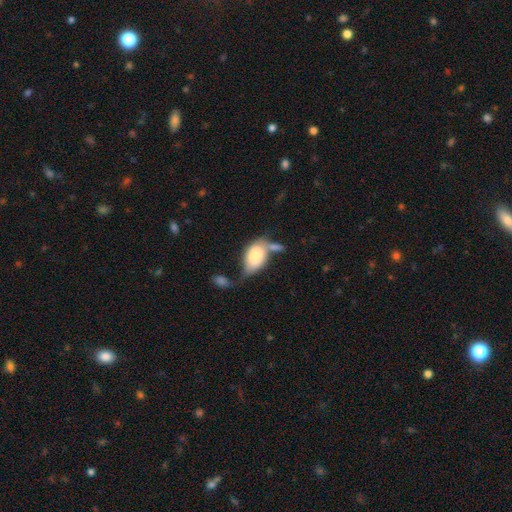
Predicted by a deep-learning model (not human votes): Smooth or featured: smooth — 75% (featured or disk — 18%)
How rounded: in between — 92% (round — 6%)
Merging: merger — 31% (none — 26%)